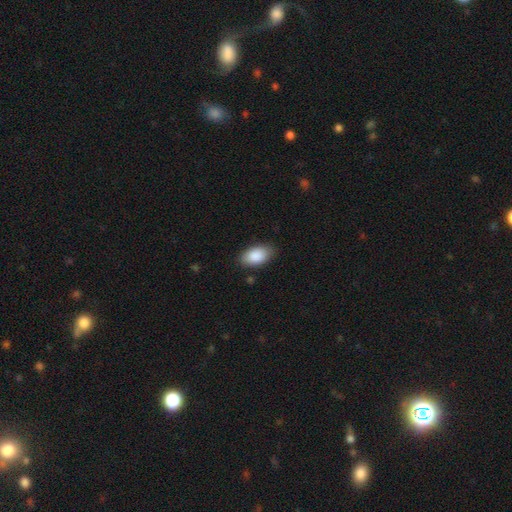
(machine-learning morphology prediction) The model was most divided on "merging": none: 84%, minor disturbance: 13%, major disturbance: 3%, merger: 1%. More confident: how rounded — in between (94%); smooth or featured — smooth (89%).